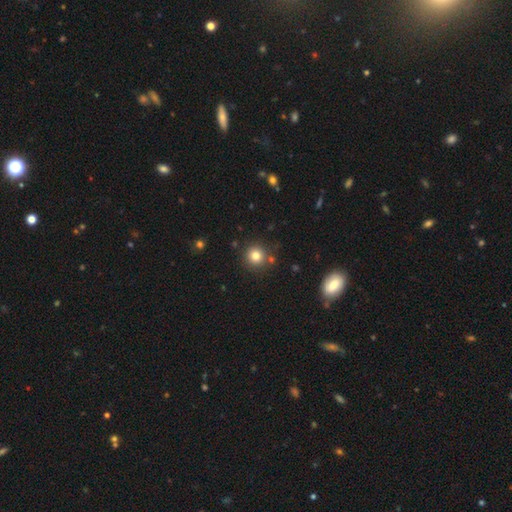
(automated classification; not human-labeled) Q: Smooth or featured?
A: smooth (80%); runner-up: star or artifact (13%)
Q: How rounded?
A: round (94%); runner-up: in between (5%)
Q: Merging?
A: none (84%); runner-up: minor disturbance (8%)